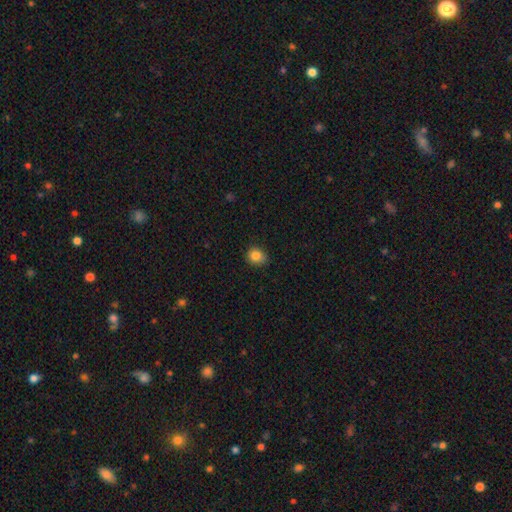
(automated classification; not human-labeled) A smooth galaxy with no disk features (85%) that is round (68%).

Vote fractions:
- Smooth or featured? smooth: 85% / star or artifact: 10% / featured or disk: 5%
- How rounded? round: 68% / in between: 31% / cigar-shaped: 1%
- Merging? none: 79% / minor disturbance: 17% / major disturbance: 3% / merger: 1%